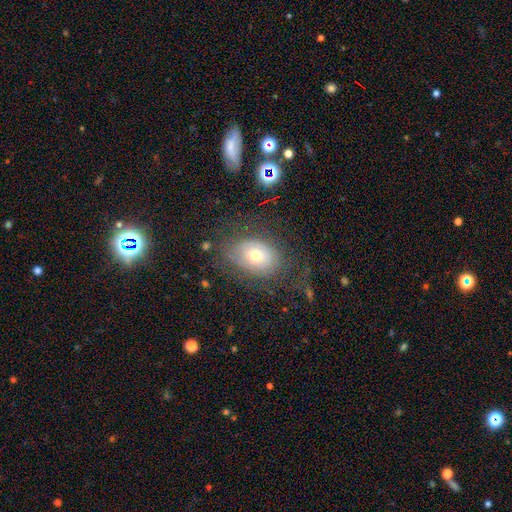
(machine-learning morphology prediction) A smooth galaxy with no disk features (53%) that is in between round and cigar-shaped (72%).

Vote fractions:
- Smooth or featured? smooth: 53% / featured or disk: 36% / star or artifact: 11%
- How rounded? in between: 72% / round: 27% / cigar-shaped: 1%
- Merging? none: 62% / minor disturbance: 20% / major disturbance: 16% / merger: 2%